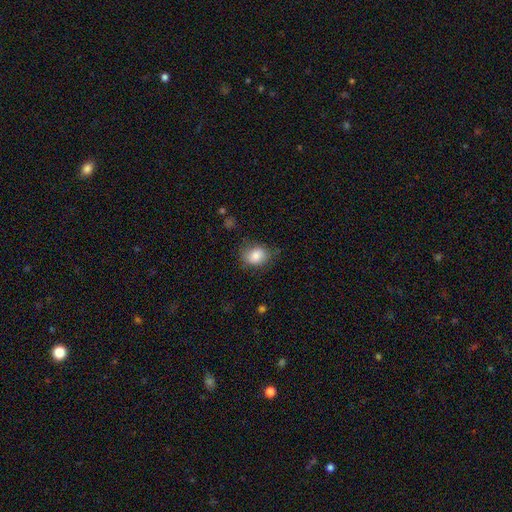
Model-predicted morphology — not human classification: This appears to be a smooth galaxy with no disk features (83%) that is in between round and cigar-shaped (52%). Merging: none (70%).